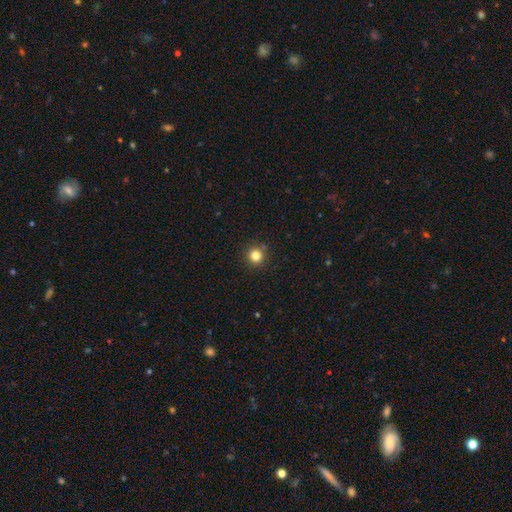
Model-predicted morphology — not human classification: Overall: smooth (82%). How rounded: round (94%). Merging: none (89%).